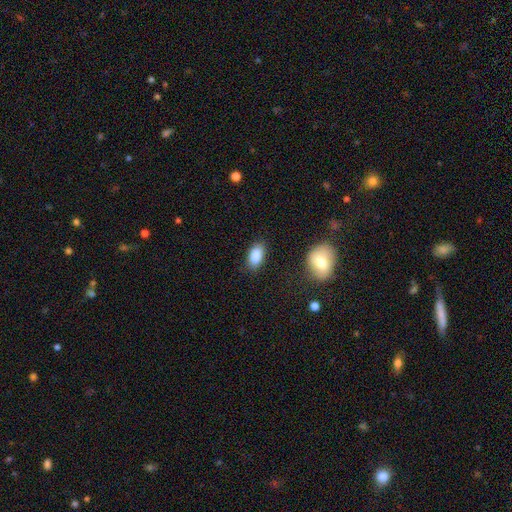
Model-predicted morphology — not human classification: Smooth or featured: smooth — 87% (star or artifact — 8%)
How rounded: in between — 92% (round — 5%)
Merging: none — 82% (minor disturbance — 13%)